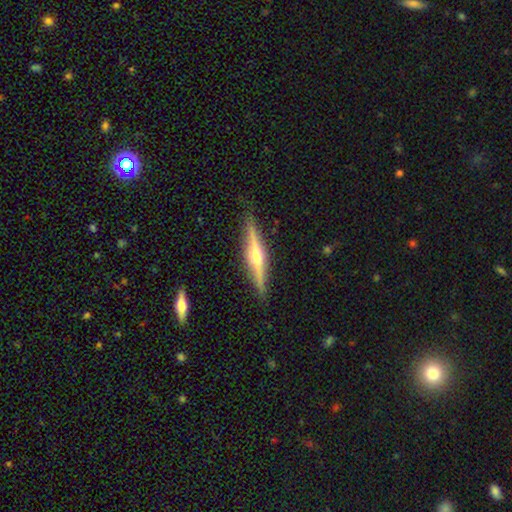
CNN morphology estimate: Smooth or featured?
  - featured or disk: 76% *
  - smooth: 18%
  - star or artifact: 6%
Edge-on disk?
  - yes: 98% *
  - no: 2%
Edge-on bulge?
  - rounded: 92% *
  - none: 4%
  - boxy: 4%
Merging?
  - none: 89% *
  - minor disturbance: 8%
  - major disturbance: 2%
  - merger: 1%